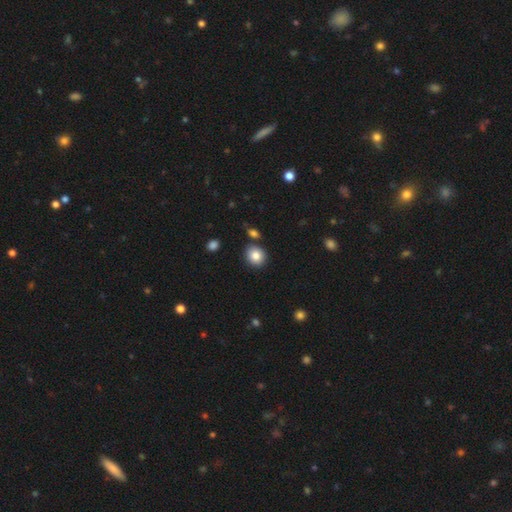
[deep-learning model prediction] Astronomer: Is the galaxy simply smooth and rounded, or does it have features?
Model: smooth — 84%.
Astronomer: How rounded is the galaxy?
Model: round — 78%.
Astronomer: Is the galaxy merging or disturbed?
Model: none — 83%.